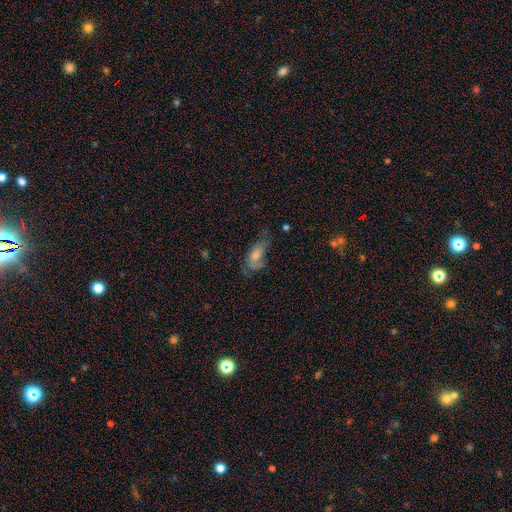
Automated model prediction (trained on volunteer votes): Smooth or featured? Predicted: smooth (p=0.61). How rounded? Predicted: in between (p=0.76). Merging? Predicted: none (p=0.40).